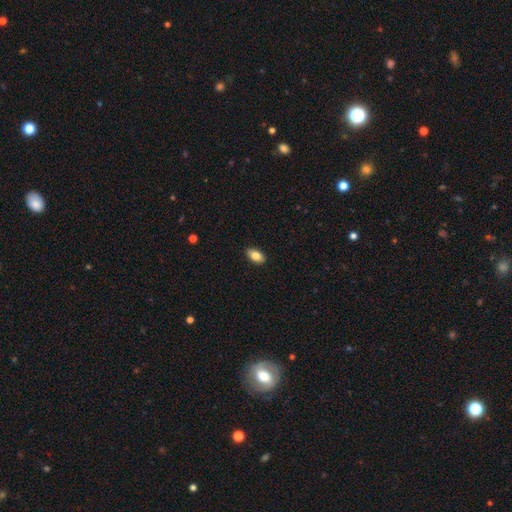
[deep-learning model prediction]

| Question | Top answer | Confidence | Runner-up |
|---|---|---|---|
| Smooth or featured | smooth | 81% | featured or disk (12%) |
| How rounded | in between | 91% | round (5%) |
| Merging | none | 89% | minor disturbance (9%) |